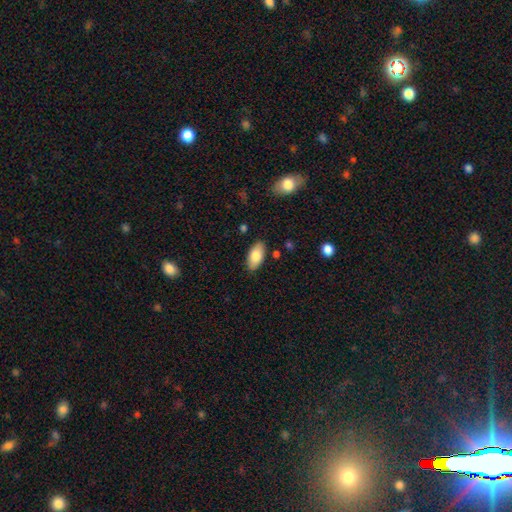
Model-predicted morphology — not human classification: type=smooth (81%); roundness=in between (93%); merging=none (86%).